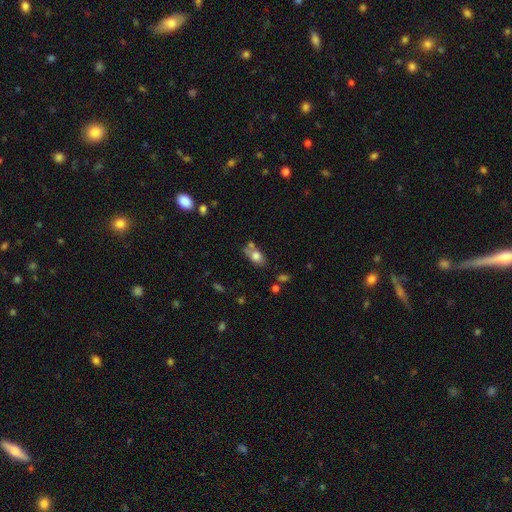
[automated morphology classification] This is likely a smooth galaxy (75%). How rounded: clearly in between (84%). Merging: possibly none (52%).